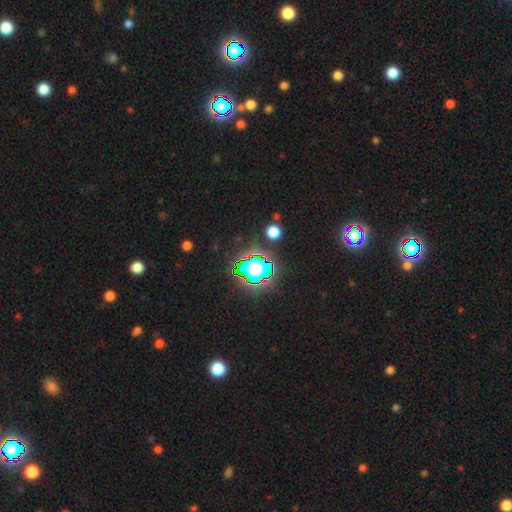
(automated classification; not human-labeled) Q: Smooth or featured?
A: star or artifact (77%); runner-up: smooth (14%)